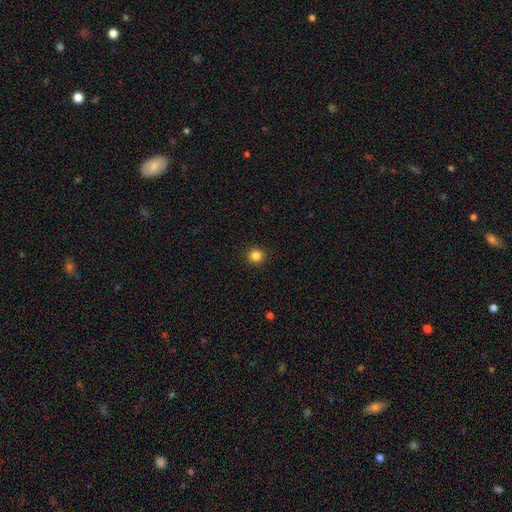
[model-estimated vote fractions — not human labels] Q: Smooth or featured?
A: smooth (84%); runner-up: star or artifact (12%)
Q: How rounded?
A: round (92%); runner-up: in between (7%)
Q: Merging?
A: none (93%); runner-up: minor disturbance (5%)